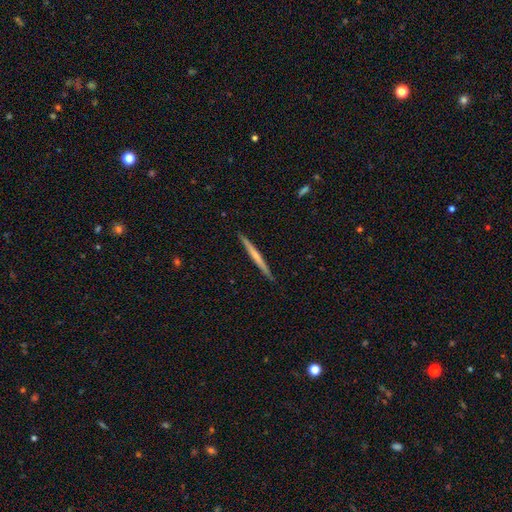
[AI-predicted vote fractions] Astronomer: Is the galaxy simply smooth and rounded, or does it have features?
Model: featured or disk — 54% (runner-up: smooth, 40%).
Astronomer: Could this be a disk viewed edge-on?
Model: yes — 98%.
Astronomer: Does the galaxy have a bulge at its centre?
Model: none — 64%.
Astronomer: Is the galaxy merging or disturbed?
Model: none — 91%.